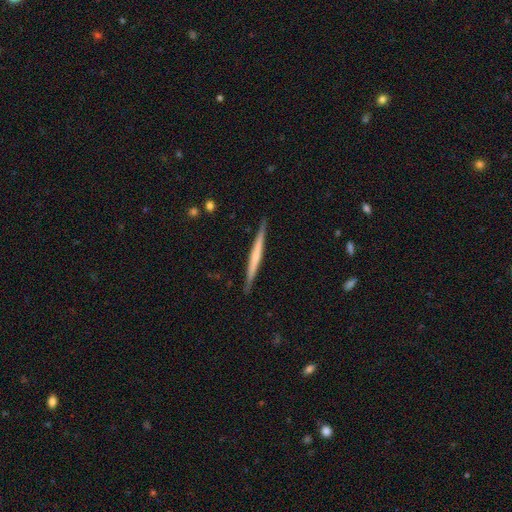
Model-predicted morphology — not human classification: This is possibly a featured or disk galaxy (57%). It is clearly viewed edge-on (98%). Edge-on bulge: likely none (70%). Merging: clearly none (90%).